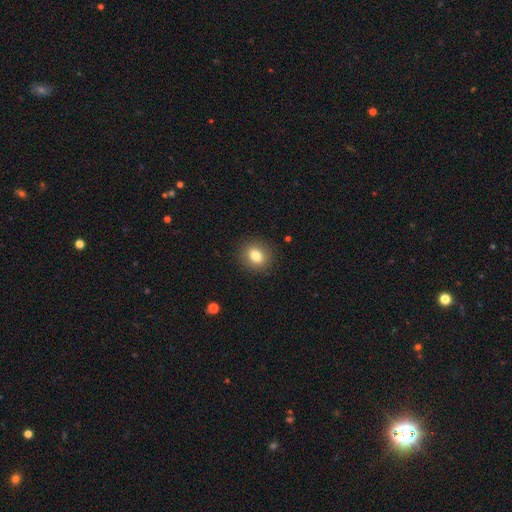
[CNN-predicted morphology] smooth-or-featured: smooth: 79% | featured or disk: 10% | star or artifact: 10%
  how-rounded: round: 66% | in between: 32% | cigar-shaped: 1%
  merging: none: 89% | minor disturbance: 7% | major disturbance: 2% | merger: 1%